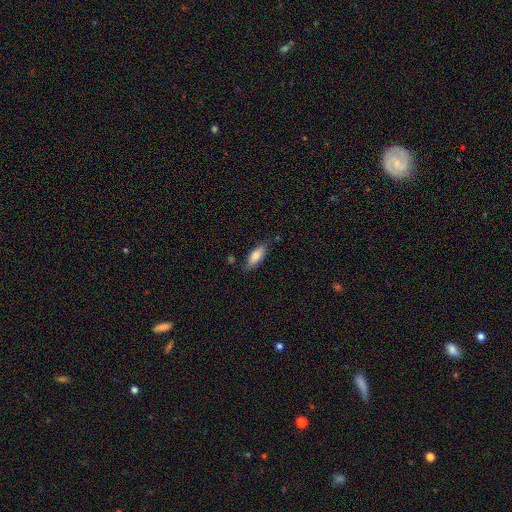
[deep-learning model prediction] smooth 82%, featured or disk 11%, star or artifact 6%. Down the decision tree: how rounded — in between (75%); merging — none (77%).